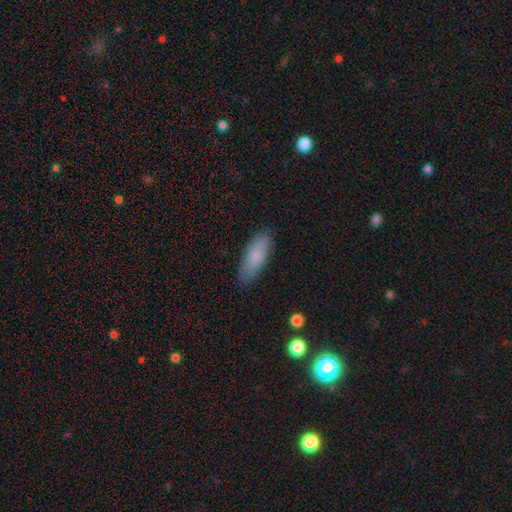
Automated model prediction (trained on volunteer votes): Morphology: type=smooth (80%); roundness=in between (72%); merging=none (85%).